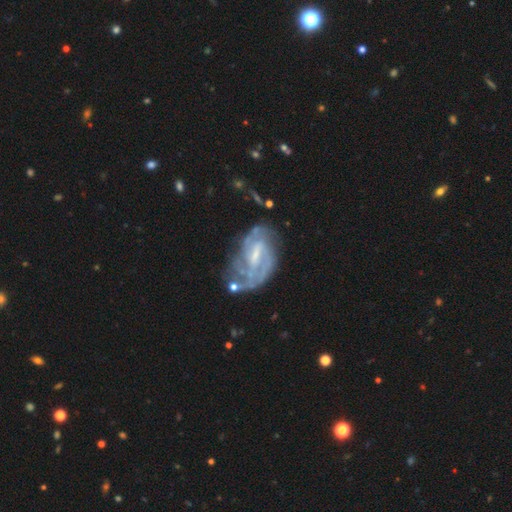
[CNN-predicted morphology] This appears to be a featured or disk galaxy (82%) with a weak bar (52%), can't tell (34%, tied with 2) tight (49%) spiral arms (89%) and a small central bulge (48%). Merging: none (54%).